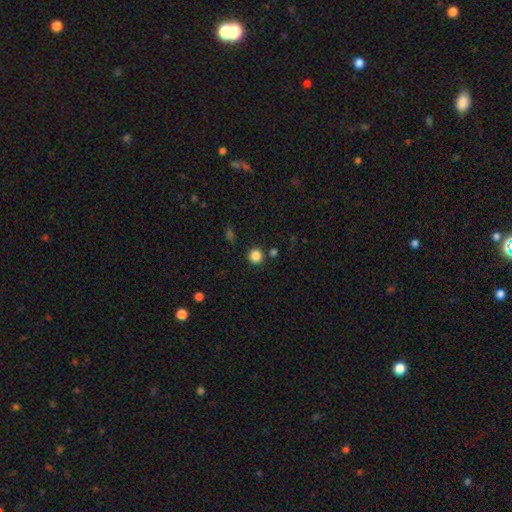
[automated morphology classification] This appears to be a smooth galaxy with no disk features (85%) that is round (94%). Merging: none (87%).